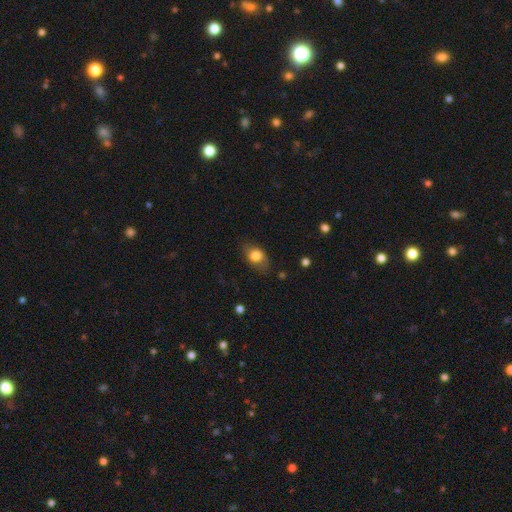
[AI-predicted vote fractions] Q: Smooth or featured?
A: smooth (77%); runner-up: featured or disk (15%)
Q: How rounded?
A: in between (76%); runner-up: round (21%)
Q: Merging?
A: none (73%); runner-up: minor disturbance (20%)